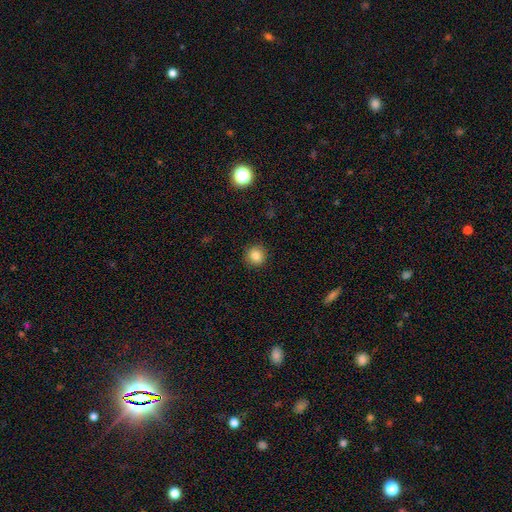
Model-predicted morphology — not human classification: smooth_or_featured: smooth (p=0.85) [alt: star or artifact p=0.11]
how_rounded: round (p=0.90) [alt: in between p=0.09]
merging: none (p=0.90) [alt: minor disturbance p=0.07]